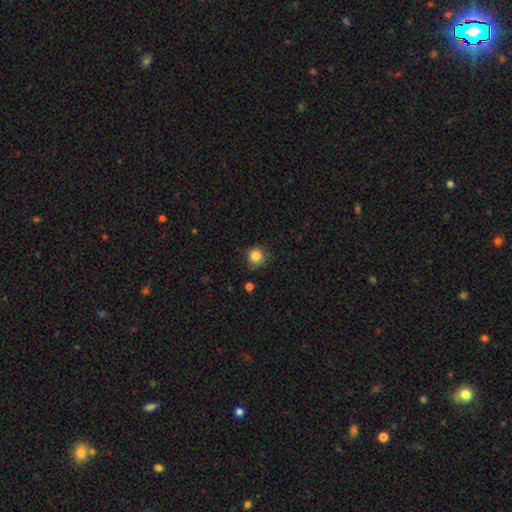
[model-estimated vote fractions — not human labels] Smooth or featured? smooth (84%)
How rounded? round (92%)
Merging? none (81%)